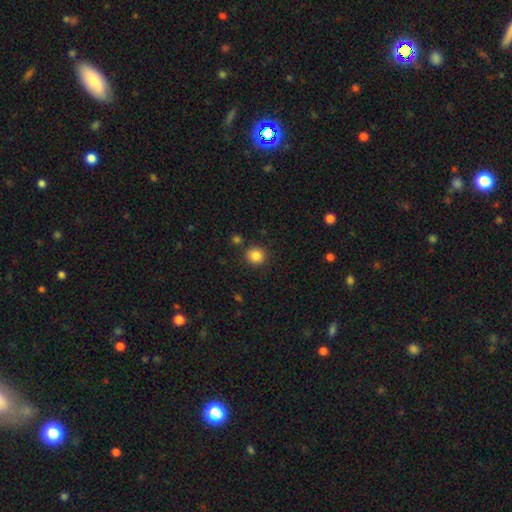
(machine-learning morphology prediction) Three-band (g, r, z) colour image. It shows a smooth galaxy with no disk features (85%) that is round (89%). Merging: none (87%).